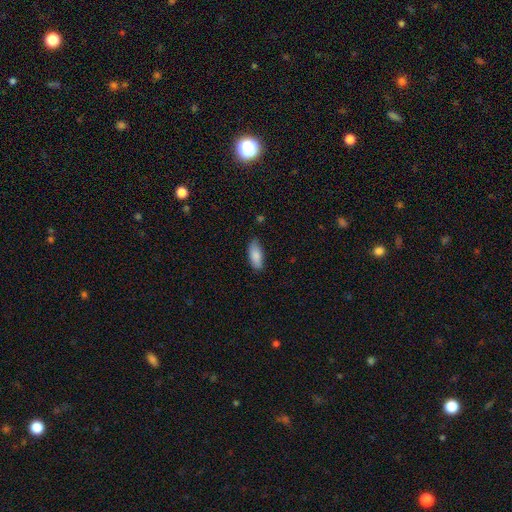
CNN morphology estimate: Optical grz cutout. It shows a smooth galaxy with no disk features (87%) that is in between round and cigar-shaped (81%). Merging: none (82%).